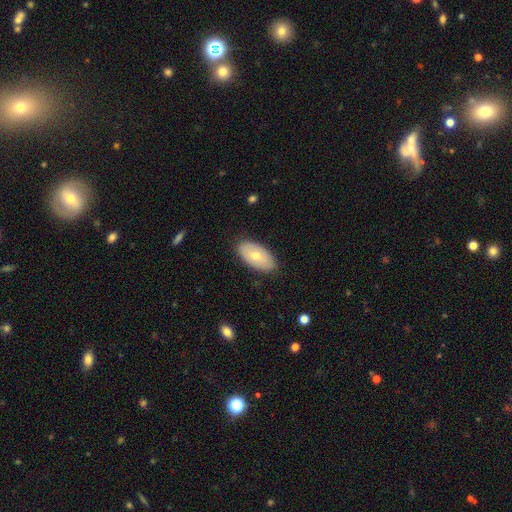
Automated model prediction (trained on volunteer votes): Smooth or featured?
  - smooth: 64% *
  - featured or disk: 29%
  - star or artifact: 7%
How rounded?
  - in between: 94% *
  - round: 3%
  - cigar-shaped: 2%
Merging?
  - none: 87% *
  - minor disturbance: 10%
  - major disturbance: 2%
  - merger: 1%